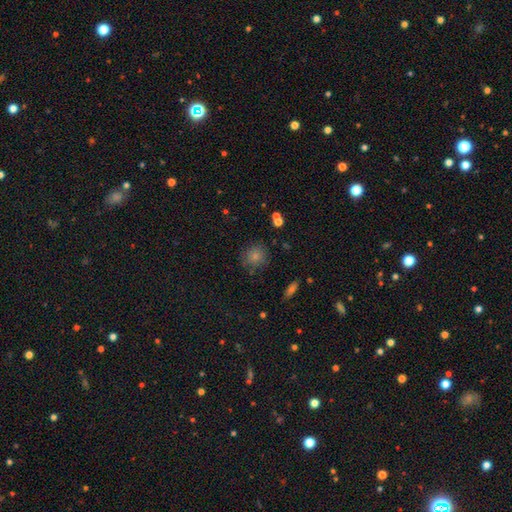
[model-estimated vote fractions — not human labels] A smooth galaxy with no disk features (61%) that is round (88%). Merging: none (83%).